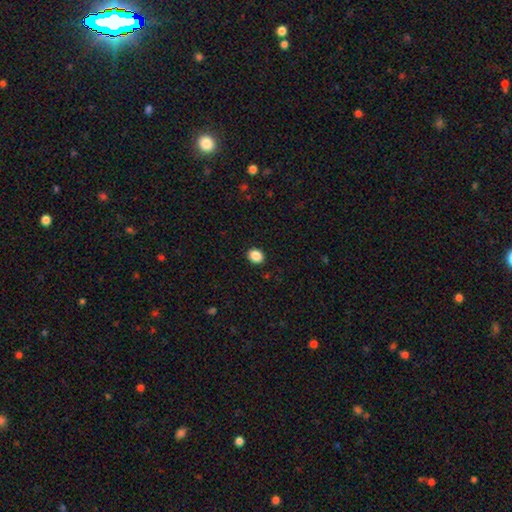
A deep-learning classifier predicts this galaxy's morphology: This is clearly a smooth galaxy (88%). How rounded: possibly round (51%). Merging: clearly none (91%).